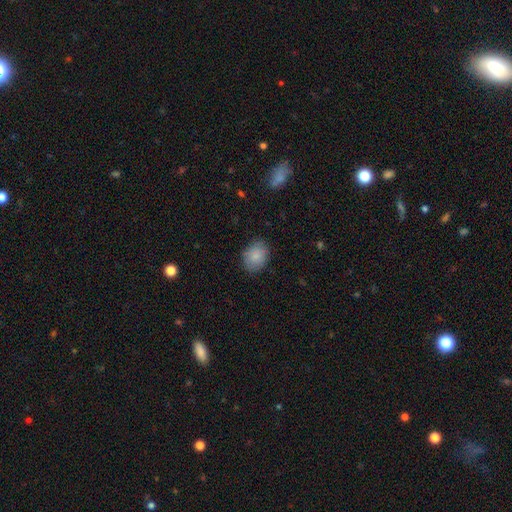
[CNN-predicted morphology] smooth-or-featured: smooth: 86% | star or artifact: 7% | featured or disk: 6%
  how-rounded: in between: 65% | round: 34% | cigar-shaped: 1%
  merging: none: 83% | minor disturbance: 13% | major disturbance: 3% | merger: 1%